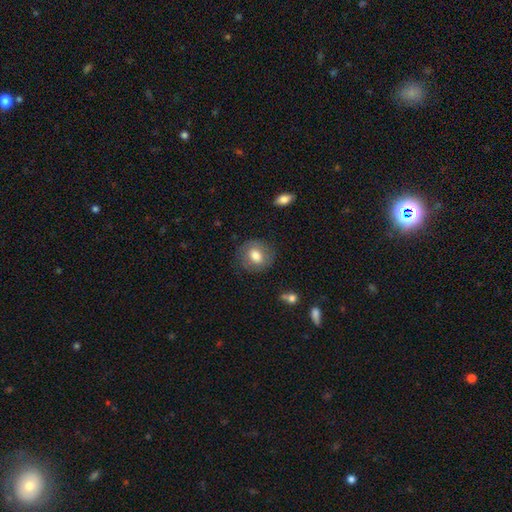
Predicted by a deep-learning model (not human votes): Smooth or featured? smooth (71%)
How rounded? round (73%)
Merging? none (81%)